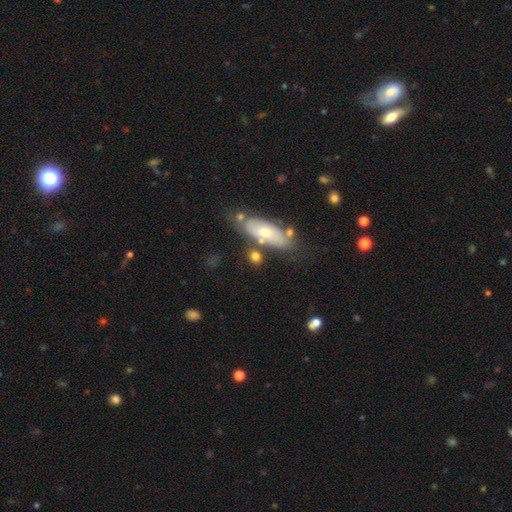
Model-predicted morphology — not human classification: smooth-or-featured: smooth: 47% | featured or disk: 46% | star or artifact: 8%
  merging: none: 67% | minor disturbance: 18% | merger: 9% | major disturbance: 6%